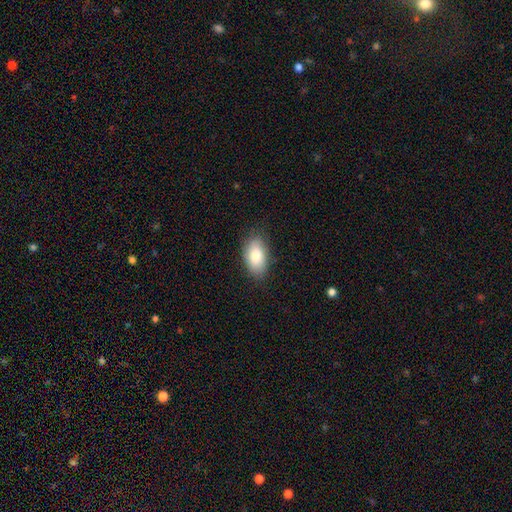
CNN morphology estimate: Q: Smooth or featured?
A: smooth (82%); runner-up: featured or disk (11%)
Q: How rounded?
A: in between (93%); runner-up: round (4%)
Q: Merging?
A: none (81%); runner-up: minor disturbance (15%)